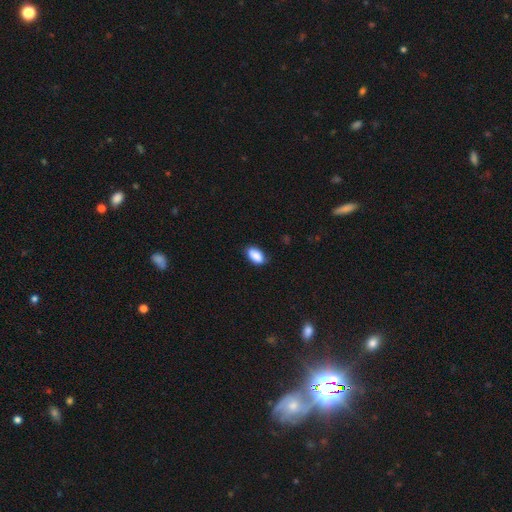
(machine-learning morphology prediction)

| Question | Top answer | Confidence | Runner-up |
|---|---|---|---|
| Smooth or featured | smooth | 89% | star or artifact (7%) |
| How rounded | in between | 93% | round (4%) |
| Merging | none | 76% | minor disturbance (19%) |